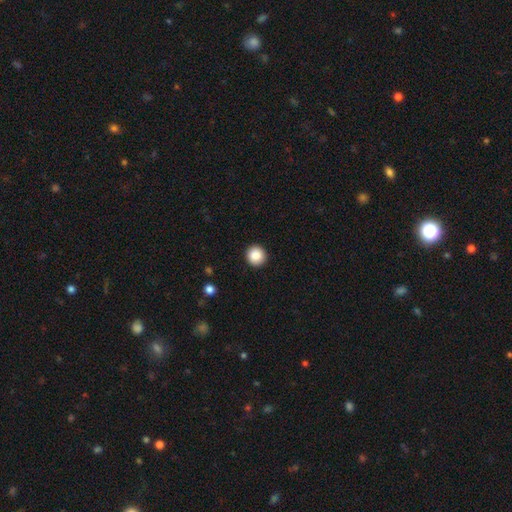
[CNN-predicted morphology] Smooth or featured?
  - smooth: 87% *
  - star or artifact: 9%
  - featured or disk: 4%
How rounded?
  - round: 94% *
  - in between: 5%
  - cigar-shaped: 1%
Merging?
  - none: 93% *
  - minor disturbance: 5%
  - major disturbance: 2%
  - merger: 1%